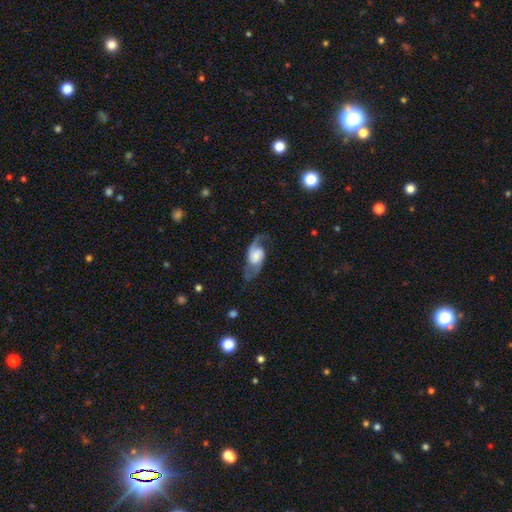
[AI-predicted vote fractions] This is likely a featured or disk galaxy (77%). It is clearly not viewed edge-on (94%). Bar: possibly no (57%). Spiral arm pattern: clearly yes (93%). Spiral arm count: clearly 2 (88%). Spiral winding: marginally medium (44%, tied with loose). Central bulge: marginally large (38%). Merging: likely none (67%).